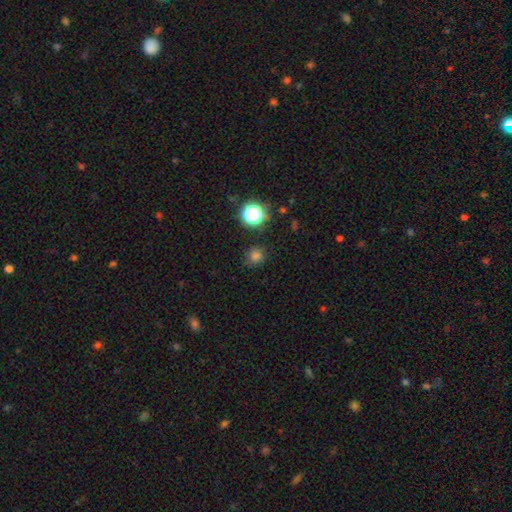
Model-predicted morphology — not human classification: Smooth or featured? smooth (75%)
How rounded? round (89%)
Merging? none (84%)